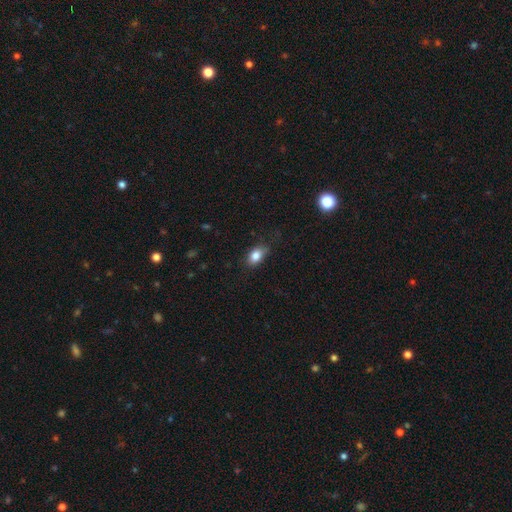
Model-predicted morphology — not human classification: A smooth galaxy with no disk features (83%) that is in between round and cigar-shaped (83%).

Vote fractions:
- Smooth or featured? smooth: 83% / star or artifact: 9% / featured or disk: 8%
- How rounded? in between: 83% / round: 15% / cigar-shaped: 2%
- Merging? none: 76% / minor disturbance: 19% / major disturbance: 4% / merger: 1%